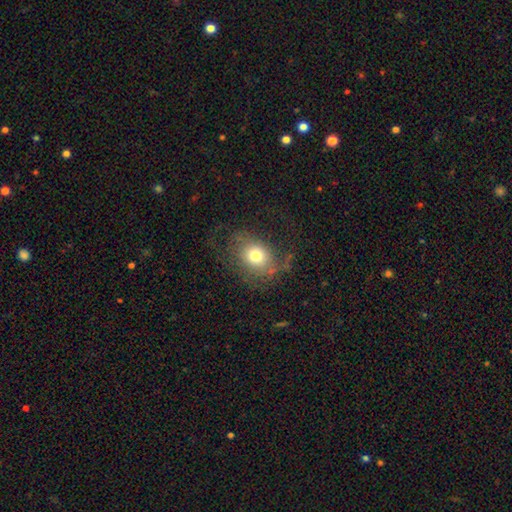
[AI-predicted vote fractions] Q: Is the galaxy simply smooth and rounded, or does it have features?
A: smooth — 65%.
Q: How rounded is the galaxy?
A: round — 54%.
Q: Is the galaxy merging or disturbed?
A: none — 54%.